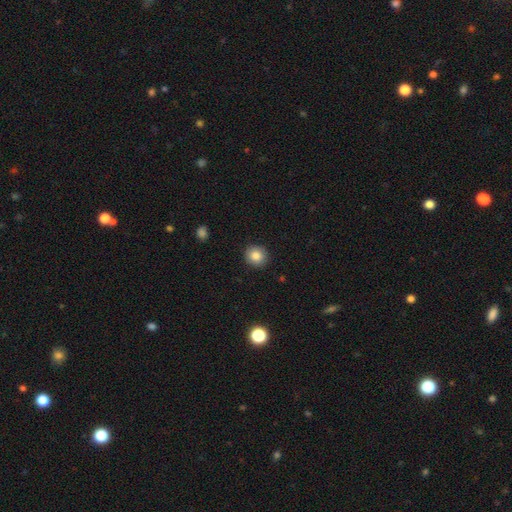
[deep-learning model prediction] Overall: smooth (84%). How rounded: round (87%). Merging: none (91%).